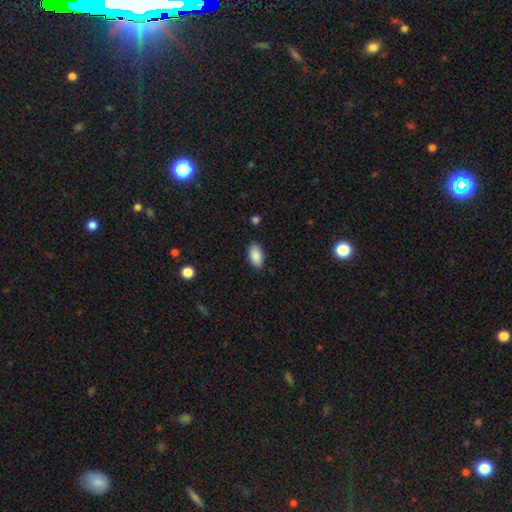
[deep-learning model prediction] Smooth or featured?
  - smooth: 89% *
  - star or artifact: 7%
  - featured or disk: 4%
How rounded?
  - in between: 93% *
  - cigar-shaped: 4%
  - round: 3%
Merging?
  - none: 85% *
  - minor disturbance: 11%
  - major disturbance: 2%
  - merger: 1%